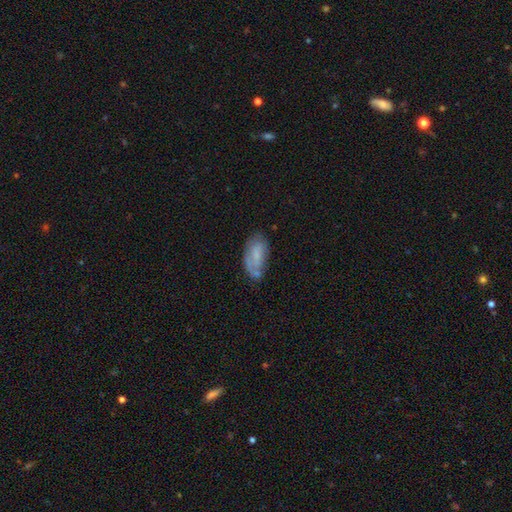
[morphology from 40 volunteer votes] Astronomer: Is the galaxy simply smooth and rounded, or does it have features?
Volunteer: smooth — 48% (runner-up: featured or disk, 42%).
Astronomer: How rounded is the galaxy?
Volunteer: in between — 95%.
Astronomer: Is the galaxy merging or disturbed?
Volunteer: none — 47% (runner-up: minor disturbance, 39%).